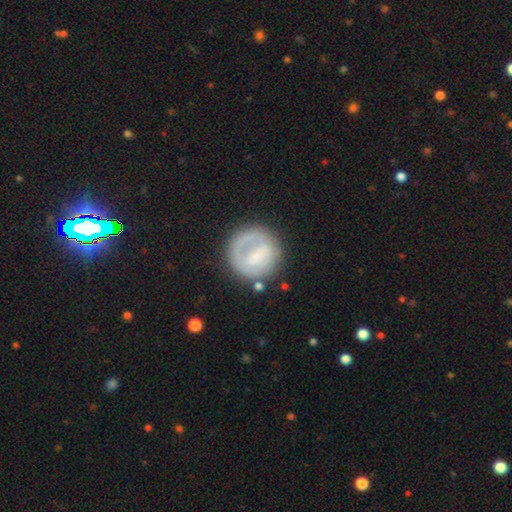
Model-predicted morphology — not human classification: smooth 50%, featured or disk 42%, star or artifact 8%. Down the decision tree: merging — none (67%).